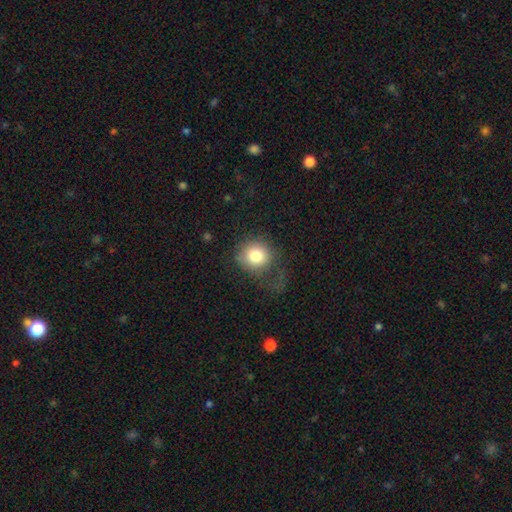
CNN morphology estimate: Q: Smooth or featured?
A: smooth (80%); runner-up: featured or disk (11%)
Q: How rounded?
A: round (84%); runner-up: in between (15%)
Q: Merging?
A: none (53%); runner-up: major disturbance (25%)